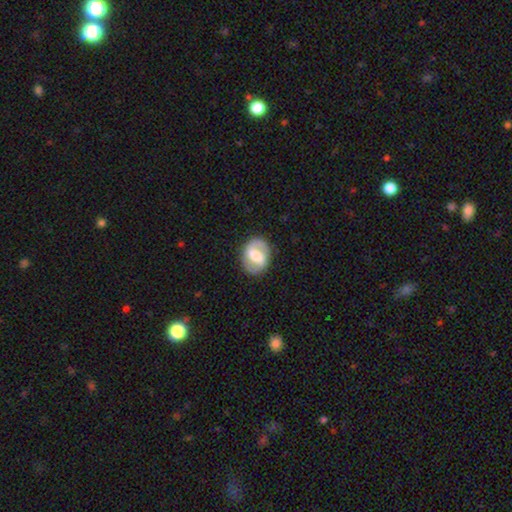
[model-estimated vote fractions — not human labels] featured or disk 72%, smooth 22%, star or artifact 6%. Down the decision tree: edge-on disk — no (97%); bar — strong (46%); spiral arms — yes (80%); spiral arm count — 2 (88%); spiral winding — medium (48%); bulge size — moderate (48%); merging — none (84%).